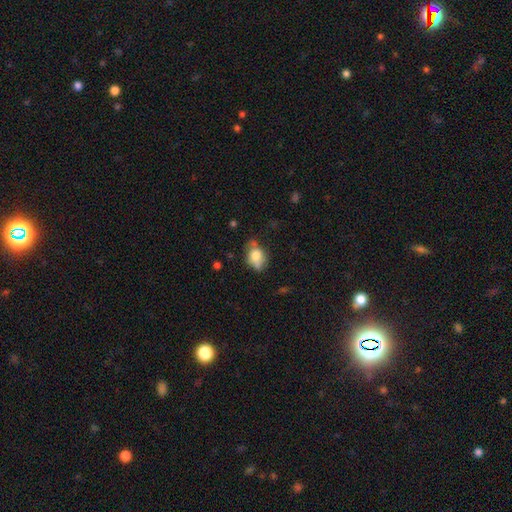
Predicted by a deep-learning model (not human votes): This appears to be a smooth galaxy with no disk features (68%) that is in between round and cigar-shaped (59%). Merging: none (50%).